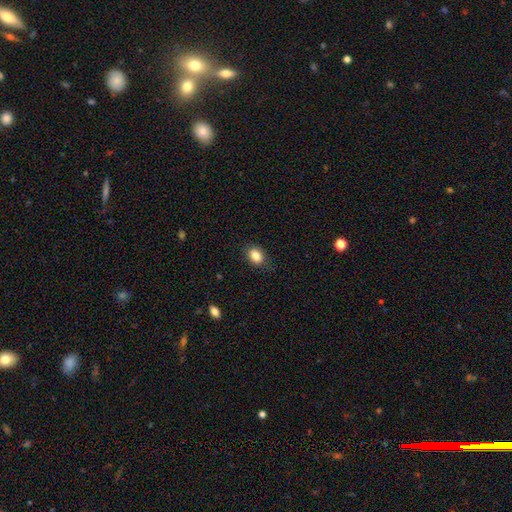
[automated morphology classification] Smooth or featured? smooth (85%)
How rounded? in between (74%)
Merging? none (82%)